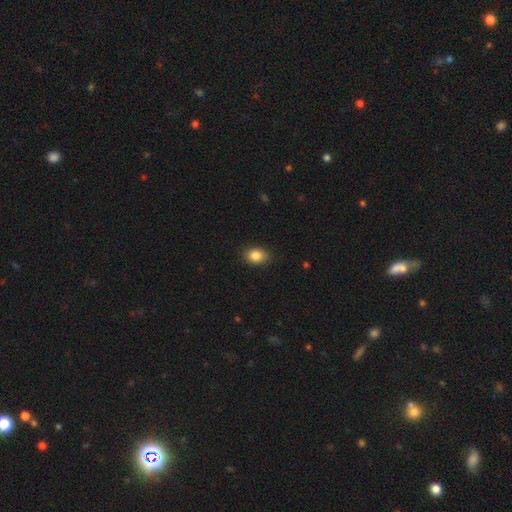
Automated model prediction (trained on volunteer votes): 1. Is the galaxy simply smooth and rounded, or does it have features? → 85% smooth, 9% star or artifact, 6% featured or disk.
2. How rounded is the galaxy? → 70% in between, 29% round, 1% cigar-shaped.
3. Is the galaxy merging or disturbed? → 86% none, 11% minor disturbance, 2% major disturbance, 1% merger.